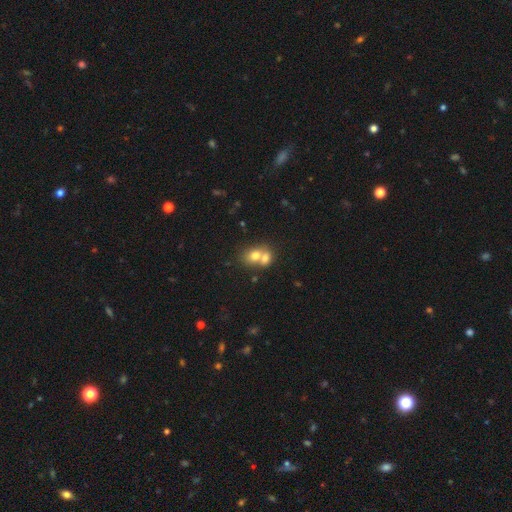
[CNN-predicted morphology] A smooth galaxy with no disk features (71%) that is in between round and cigar-shaped (51%). Merging: merger (69%).